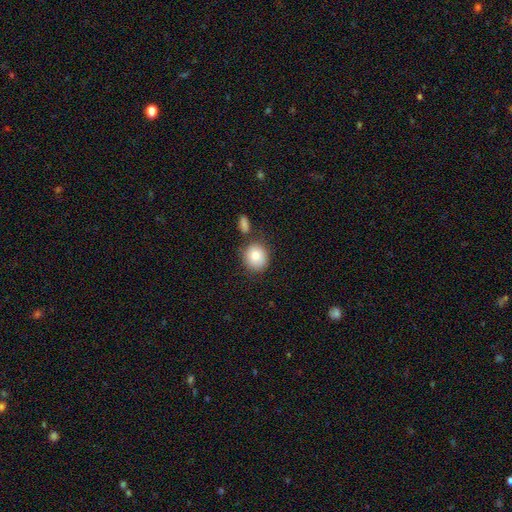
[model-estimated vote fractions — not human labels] This appears to be a smooth galaxy with no disk features (83%) that is round (75%). Merging: none (69%).